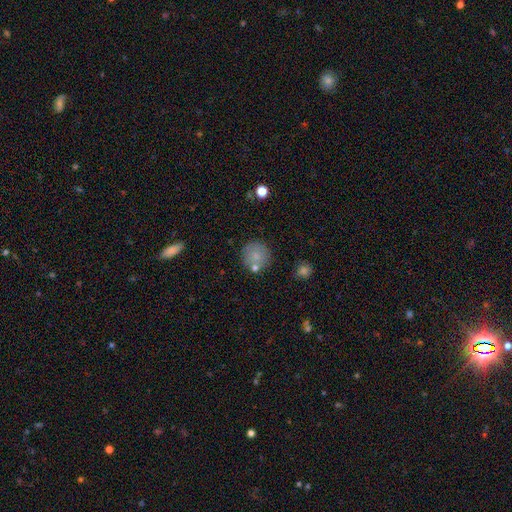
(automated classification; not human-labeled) Smooth or featured?
  - smooth: 78% *
  - featured or disk: 12%
  - star or artifact: 10%
How rounded?
  - round: 94% *
  - in between: 5%
  - cigar-shaped: 1%
Merging?
  - none: 75% *
  - minor disturbance: 11%
  - merger: 10%
  - major disturbance: 4%